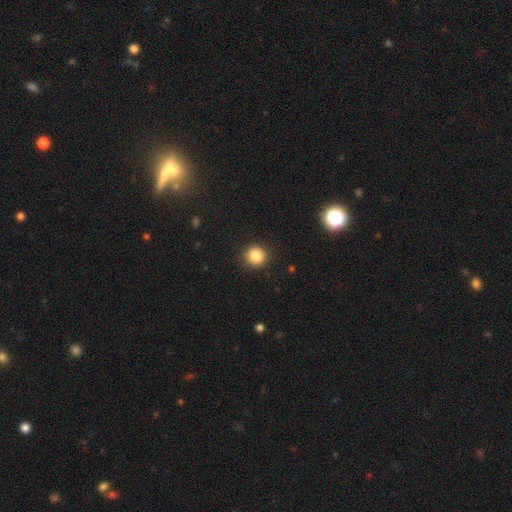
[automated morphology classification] Smooth or featured? smooth (86%)
How rounded? round (91%)
Merging? none (91%)